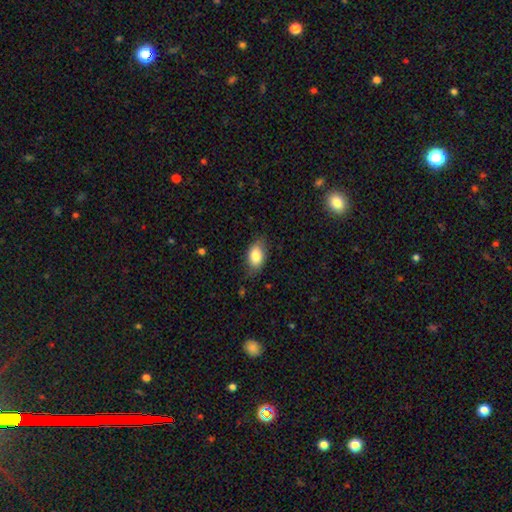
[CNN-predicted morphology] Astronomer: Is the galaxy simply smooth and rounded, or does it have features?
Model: smooth — 83%.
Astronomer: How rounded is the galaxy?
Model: in between — 90%.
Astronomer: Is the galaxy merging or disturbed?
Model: none — 76%.